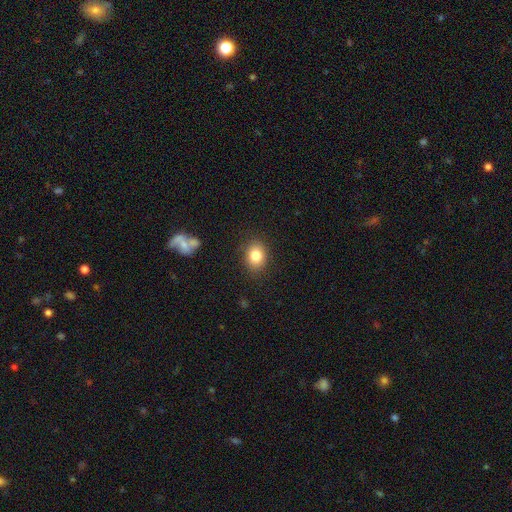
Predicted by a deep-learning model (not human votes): Q: Smooth or featured?
A: smooth (82%); runner-up: star or artifact (9%)
Q: How rounded?
A: in between (55%); runner-up: round (44%)
Q: Merging?
A: none (86%); runner-up: minor disturbance (10%)